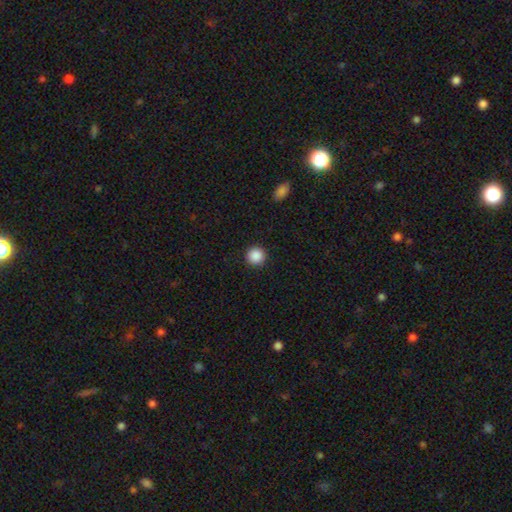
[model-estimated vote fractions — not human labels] This is clearly a smooth galaxy (89%). How rounded: clearly round (96%). Merging: clearly none (93%).